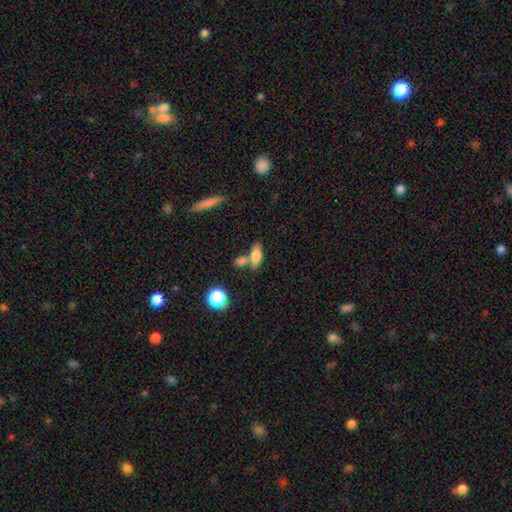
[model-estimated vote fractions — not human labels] Smooth or featured: smooth — 74% (featured or disk — 17%)
How rounded: in between — 72% (cigar-shaped — 23%)
Merging: none — 50% (merger — 33%)